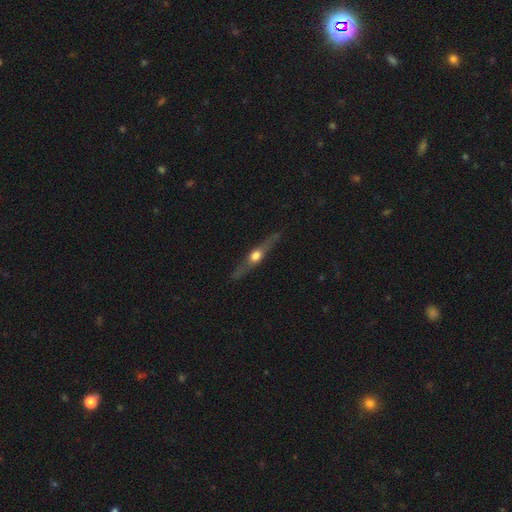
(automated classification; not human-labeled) Q: Smooth or featured?
A: featured or disk (73%); runner-up: smooth (21%)
Q: Edge-on disk?
A: yes (96%); runner-up: no (4%)
Q: Edge-on bulge?
A: rounded (95%); runner-up: boxy (3%)
Q: Merging?
A: none (87%); runner-up: minor disturbance (9%)